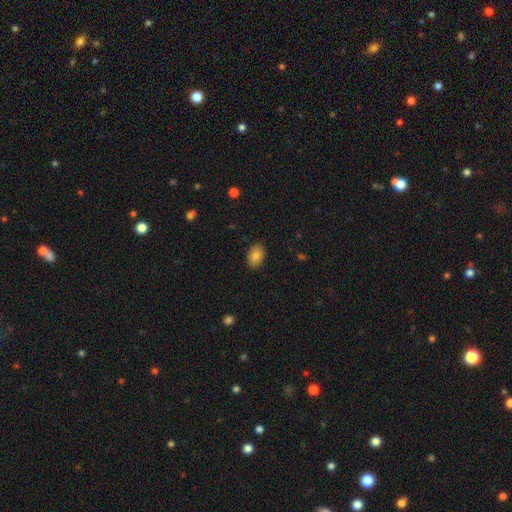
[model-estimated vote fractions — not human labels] The model was most divided on "smooth or featured": smooth: 82%, featured or disk: 10%, star or artifact: 8%. More confident: merging — none (88%); how rounded — in between (86%).